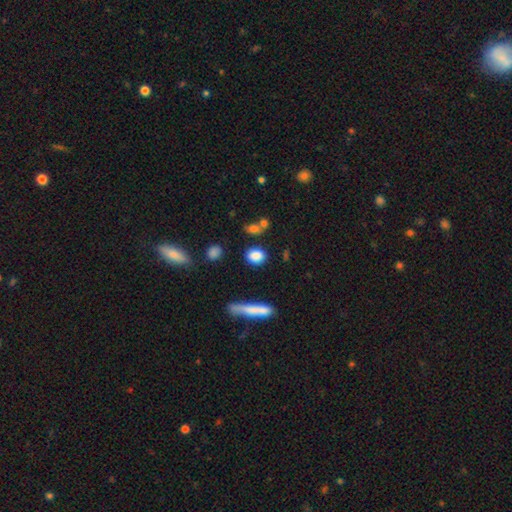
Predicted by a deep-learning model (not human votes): smooth 85%, star or artifact 9%, featured or disk 7%. Down the decision tree: how rounded — in between (55%); merging — none (79%).